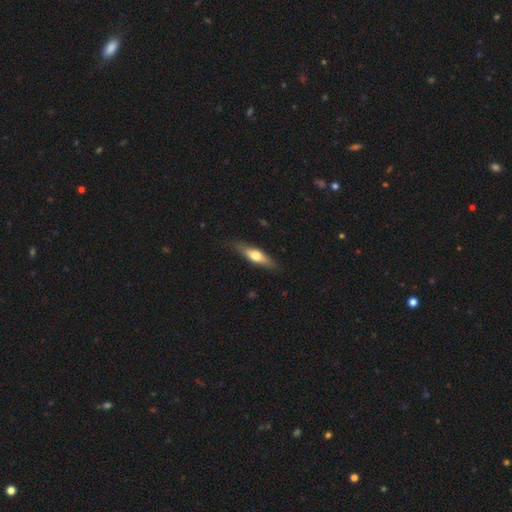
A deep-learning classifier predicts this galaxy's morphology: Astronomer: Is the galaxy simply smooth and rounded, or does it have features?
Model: smooth — 52% (runner-up: featured or disk, 42%).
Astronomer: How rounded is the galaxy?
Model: cigar-shaped — 65%.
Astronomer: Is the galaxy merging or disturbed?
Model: none — 83%.